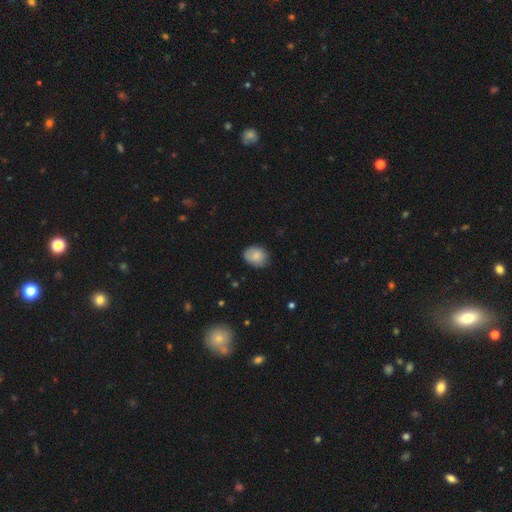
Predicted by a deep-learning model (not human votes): A smooth galaxy with no disk features (79%) that is in between round and cigar-shaped (57%). Merging: none (71%).